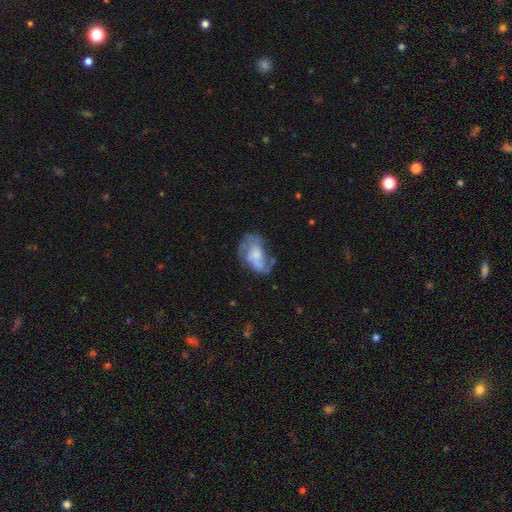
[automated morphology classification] Q: Smooth or featured?
A: featured or disk (60%); runner-up: smooth (32%)
Q: Edge-on disk?
A: no (97%); runner-up: yes (3%)
Q: Bar?
A: no (70%); runner-up: weak (25%)
Q: Spiral arms?
A: yes (63%); runner-up: no (37%)
Q: Bulge size?
A: small (32%); runner-up: moderate (30%)
Q: Merging?
A: none (44%); runner-up: minor disturbance (25%)